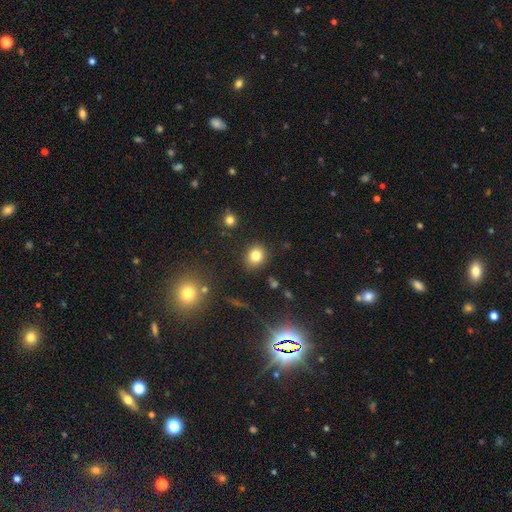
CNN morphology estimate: A smooth galaxy with no disk features (80%) that is round (72%). Merging: none (87%).